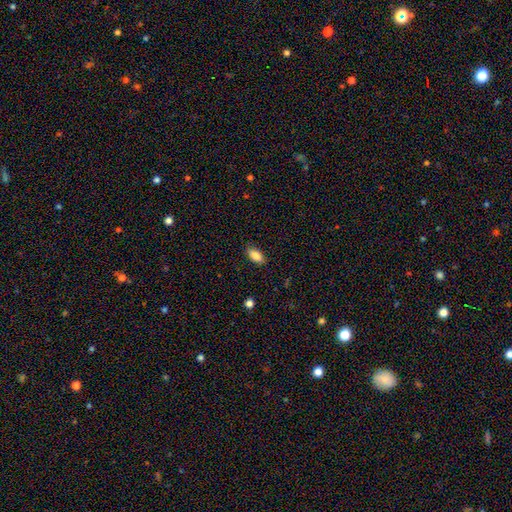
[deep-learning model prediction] A smooth galaxy with no disk features (87%) that is in between round and cigar-shaped (90%). Merging: none (86%).